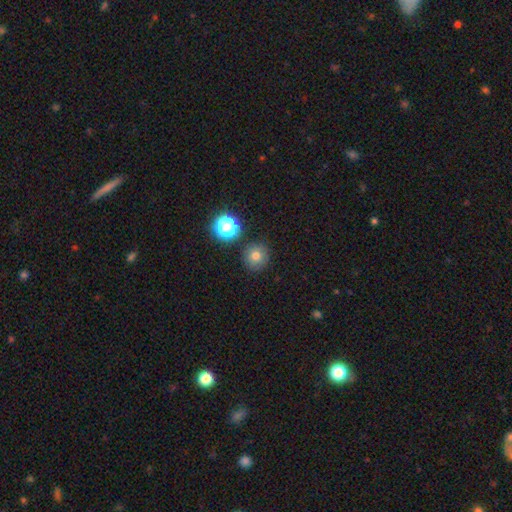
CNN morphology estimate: smooth 75%, star or artifact 16%, featured or disk 9%. Down the decision tree: how rounded — round (94%); merging — none (87%).